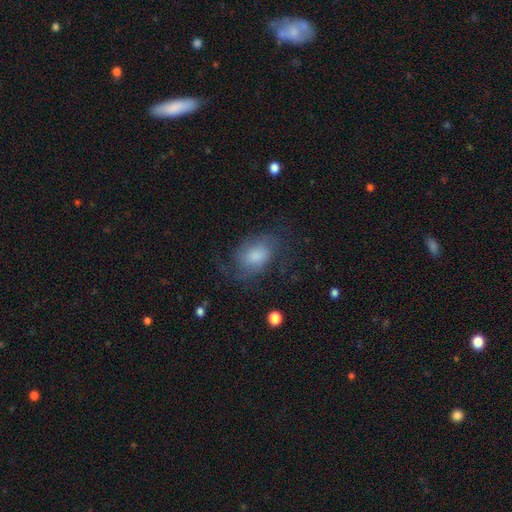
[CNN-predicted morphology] Smooth or featured? featured or disk (54%)
Edge-on disk? no (96%)
Bar? no (66%)
Spiral arms? yes (86%)
Bulge size? moderate (38%)
Merging? none (59%)